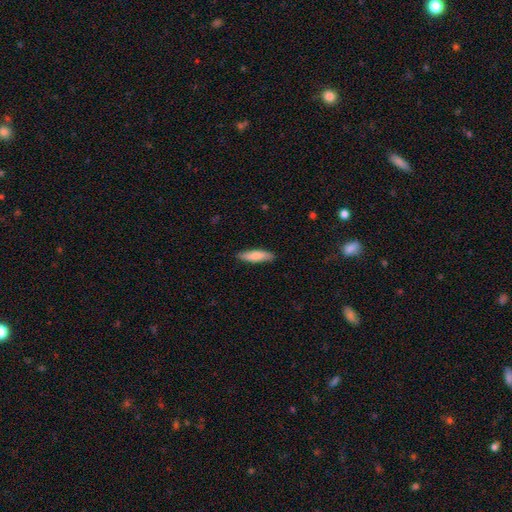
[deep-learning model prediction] smooth-or-featured: smooth: 82% | featured or disk: 12% | star or artifact: 5%
  how-rounded: cigar-shaped: 66% | in between: 33% | round: 2%
  merging: none: 88% | minor disturbance: 9% | major disturbance: 2% | merger: 1%